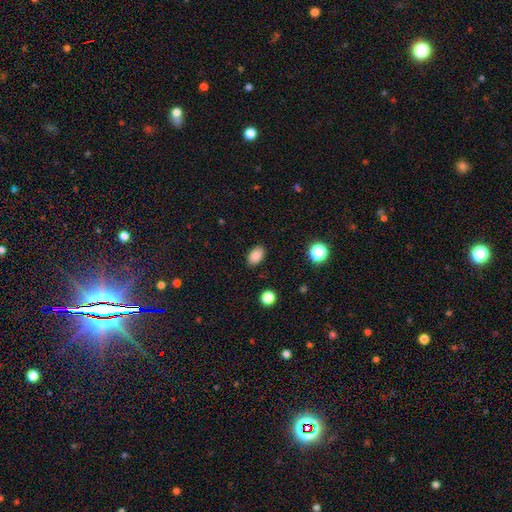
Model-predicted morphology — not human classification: smooth 86%, star or artifact 10%, featured or disk 3%. Down the decision tree: how rounded — in between (86%); merging — none (87%).